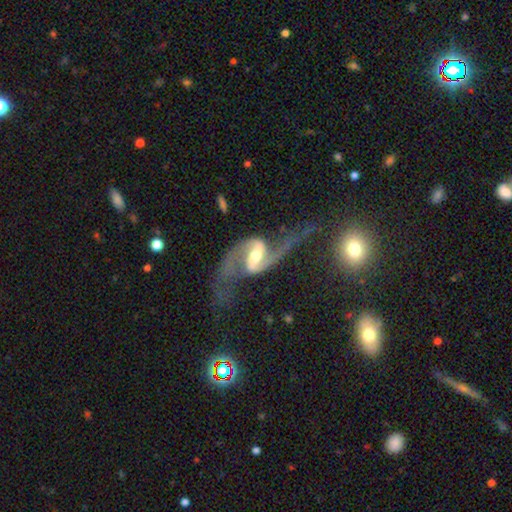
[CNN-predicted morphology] Smooth or featured: featured or disk — 92% (star or artifact — 4%)
Edge-on disk: no — 97% (yes — 3%)
Bar: strong — 47% (weak — 40%)
Spiral arms: yes — 97% (no — 3%)
Spiral winding: loose — 76% (medium — 20%)
Spiral arm count: 2 — 94% (1 — 2%)
Bulge size: moderate — 68% (small — 17%)
Merging: none — 56% (major disturbance — 24%)